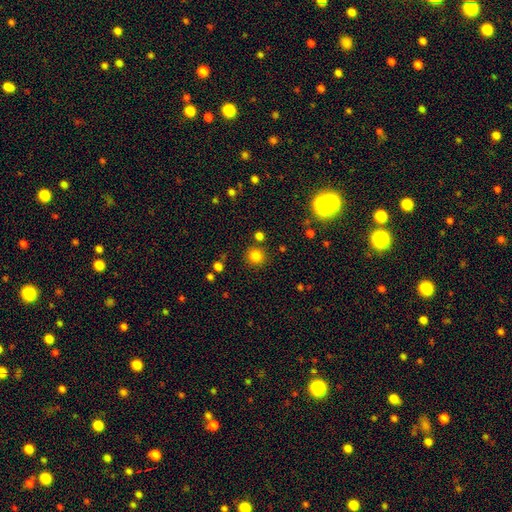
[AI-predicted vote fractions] smooth-or-featured: smooth: 82% | star or artifact: 14% | featured or disk: 5%
  how-rounded: round: 92% | in between: 7% | cigar-shaped: 1%
  merging: none: 84% | minor disturbance: 8% | merger: 5% | major disturbance: 3%